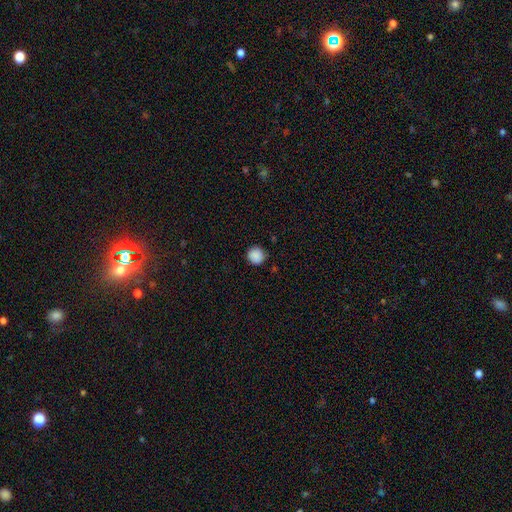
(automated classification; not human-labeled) smooth 88%, star or artifact 9%, featured or disk 3%. Down the decision tree: how rounded — round (93%); merging — none (88%).